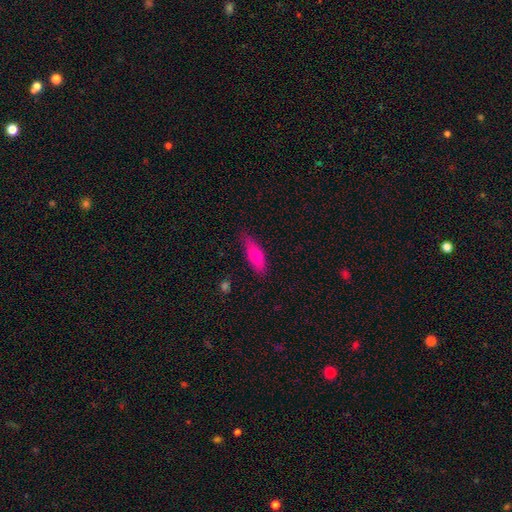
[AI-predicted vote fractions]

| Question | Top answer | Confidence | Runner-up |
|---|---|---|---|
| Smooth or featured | smooth | 72% | featured or disk (21%) |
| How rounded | in between | 60% | cigar-shaped (37%) |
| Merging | none | 79% | minor disturbance (17%) |